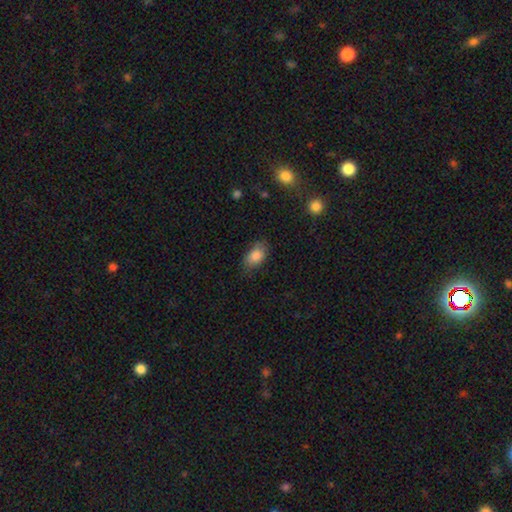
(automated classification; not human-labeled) smooth_or_featured: smooth (p=0.84) [alt: star or artifact p=0.08]
how_rounded: in between (p=0.90) [alt: round p=0.08]
merging: none (p=0.72) [alt: minor disturbance p=0.21]